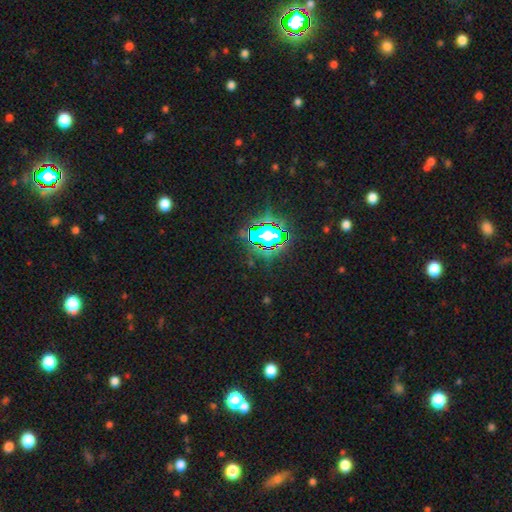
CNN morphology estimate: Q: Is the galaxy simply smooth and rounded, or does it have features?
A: star or artifact — 80%.